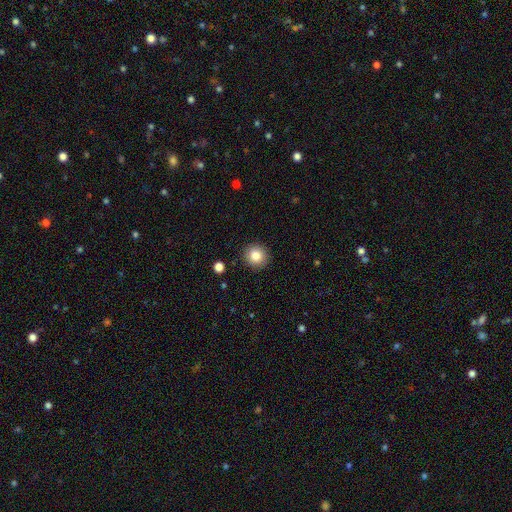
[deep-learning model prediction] A smooth galaxy with no disk features (83%) that is round (92%).

Vote fractions:
- Smooth or featured? smooth: 83% / star or artifact: 10% / featured or disk: 7%
- How rounded? round: 92% / in between: 7% / cigar-shaped: 1%
- Merging? none: 91% / minor disturbance: 6% / major disturbance: 2% / merger: 1%